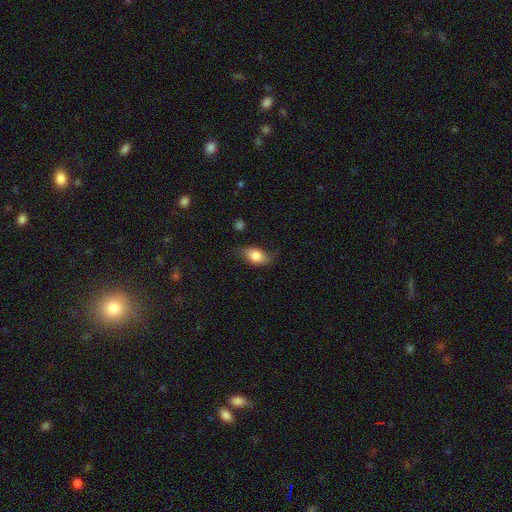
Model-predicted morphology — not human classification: Smooth or featured: smooth — 77% (featured or disk — 16%)
How rounded: in between — 86% (round — 9%)
Merging: none — 74% (minor disturbance — 20%)